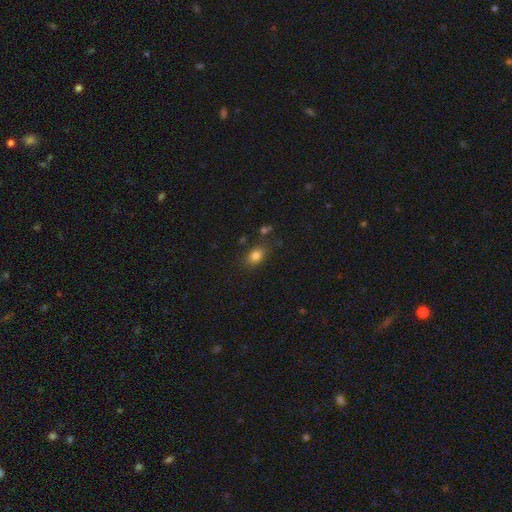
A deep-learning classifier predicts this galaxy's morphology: A smooth galaxy with no disk features (81%) that is in between round and cigar-shaped (76%). Merging: none (79%).